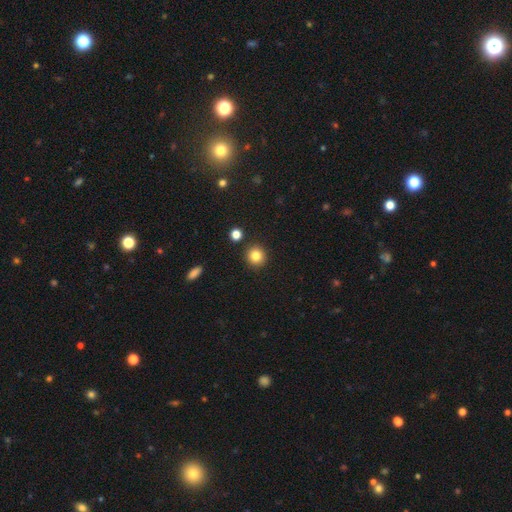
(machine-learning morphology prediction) smooth 84%, star or artifact 11%, featured or disk 6%. Down the decision tree: how rounded — round (91%); merging — none (90%).